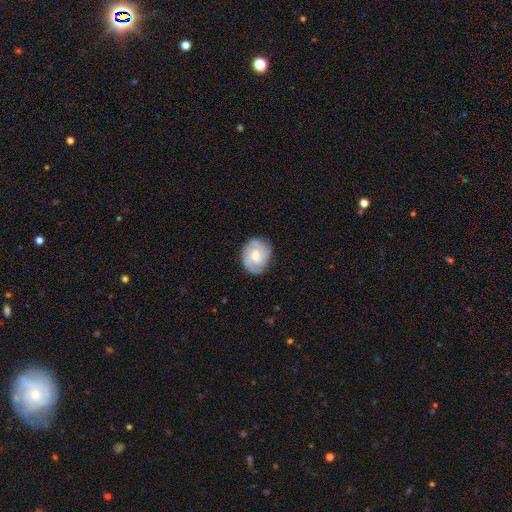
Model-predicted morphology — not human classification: Smooth or featured: featured or disk — 70% (smooth — 24%)
Edge-on disk: no — 98% (yes — 2%)
Bar: no — 57% (weak — 37%)
Spiral arms: yes — 93% (no — 7%)
Spiral winding: tight — 53% (medium — 37%)
Spiral arm count: 2 — 36% (3 — 30%)
Bulge size: moderate — 51% (small — 39%)
Merging: none — 77% (minor disturbance — 17%)